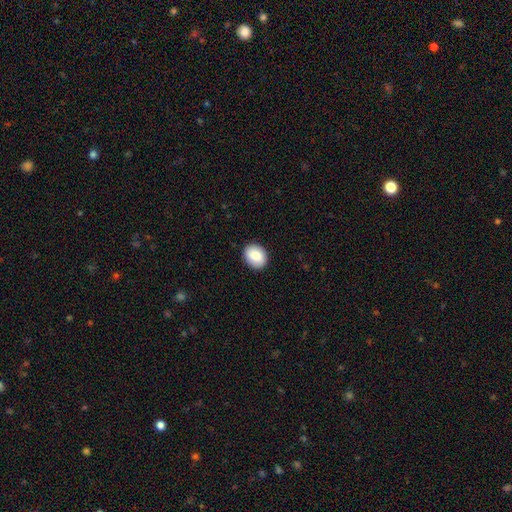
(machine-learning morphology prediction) smooth 88%, star or artifact 7%, featured or disk 5%. Down the decision tree: how rounded — in between (56%); merging — none (89%).